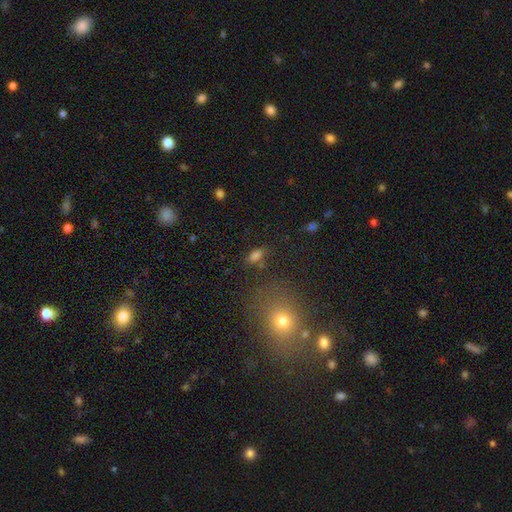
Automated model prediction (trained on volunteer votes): A smooth galaxy with no disk features (76%) that is in between round and cigar-shaped (80%).

Vote fractions:
- Smooth or featured? smooth: 76% / star or artifact: 16% / featured or disk: 8%
- How rounded? in between: 80% / cigar-shaped: 11% / round: 9%
- Merging? none: 74% / minor disturbance: 14% / merger: 7% / major disturbance: 6%